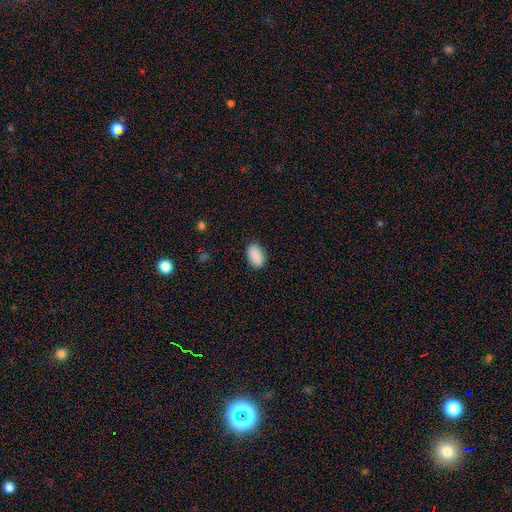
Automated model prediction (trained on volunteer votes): This is clearly a smooth galaxy (90%). How rounded: clearly in between (92%). Merging: clearly none (87%).